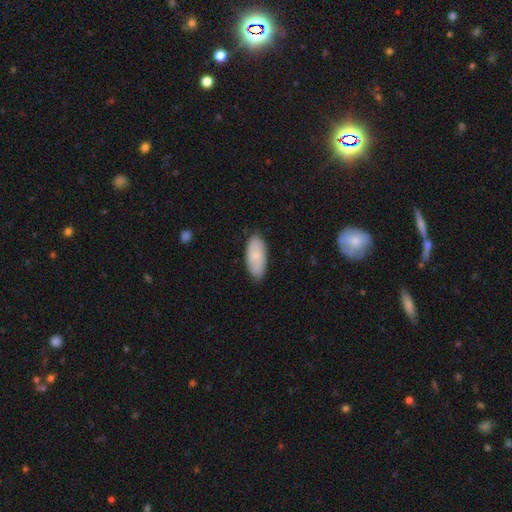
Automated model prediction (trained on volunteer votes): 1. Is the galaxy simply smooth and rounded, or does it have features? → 77% smooth, 17% featured or disk, 6% star or artifact.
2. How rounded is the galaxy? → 90% in between, 8% cigar-shaped, 2% round.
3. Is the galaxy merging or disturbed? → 82% none, 14% minor disturbance, 2% major disturbance, 1% merger.